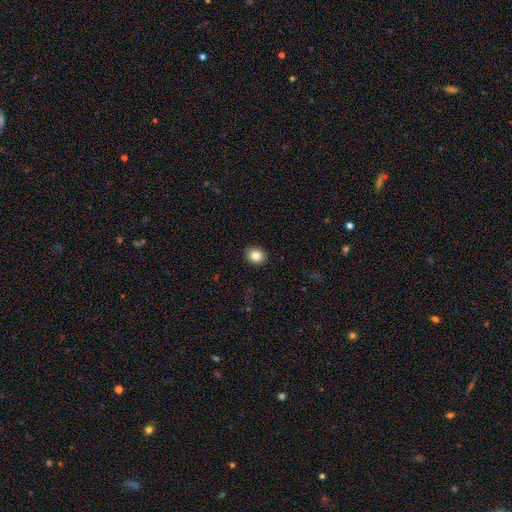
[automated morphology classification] This appears to be a smooth galaxy with no disk features (83%) that is round (68%). Merging: none (90%).